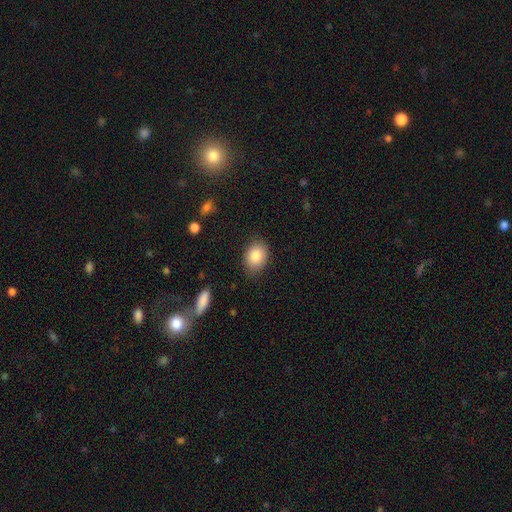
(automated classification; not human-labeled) smooth 85%, star or artifact 8%, featured or disk 7%. Down the decision tree: how rounded — in between (68%); merging — none (82%).